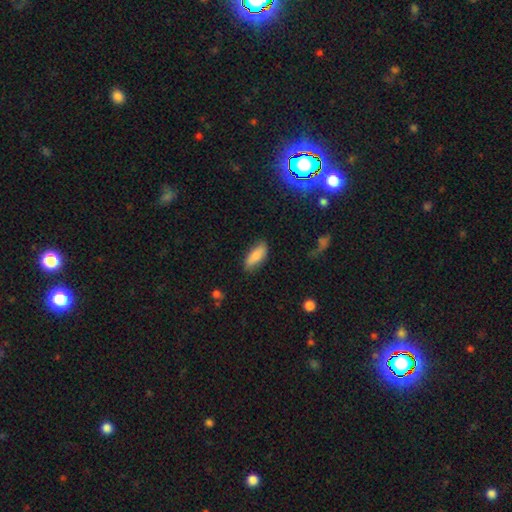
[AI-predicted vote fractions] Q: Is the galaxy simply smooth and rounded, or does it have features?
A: smooth — 83%.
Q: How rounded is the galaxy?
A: in between — 77%.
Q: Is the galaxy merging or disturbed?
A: none — 81%.